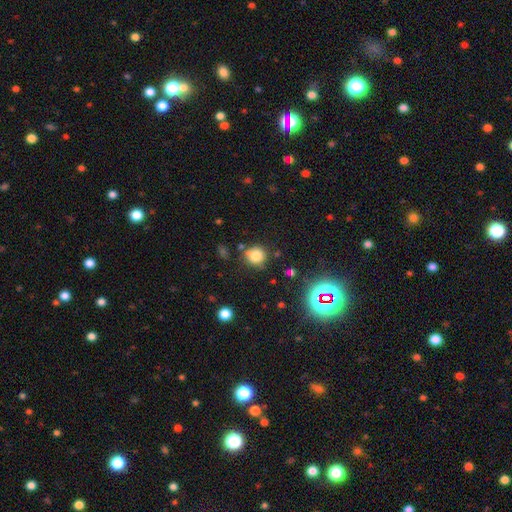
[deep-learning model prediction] Morphology: type=smooth (79%); roundness=round (89%); merging=none (77%).